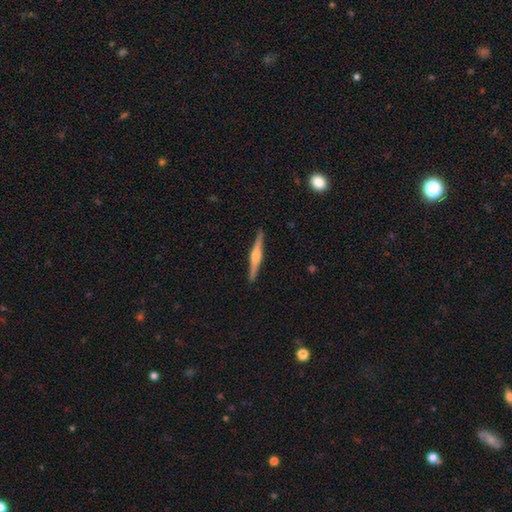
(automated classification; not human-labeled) Smooth or featured: featured or disk — 74% (smooth — 21%)
Edge-on disk: yes — 98% (no — 2%)
Edge-on bulge: rounded — 86% (boxy — 10%)
Merging: none — 92% (minor disturbance — 6%)